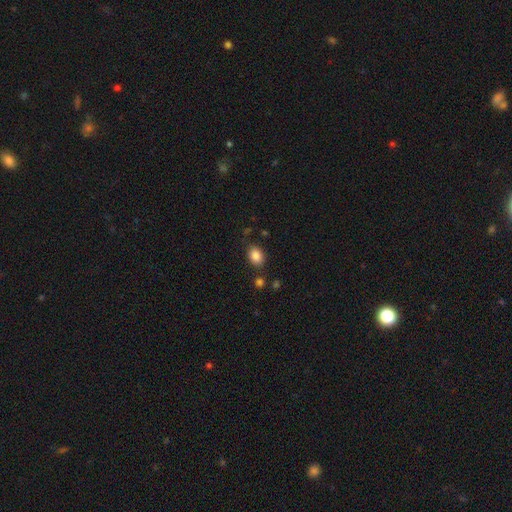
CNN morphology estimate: Smooth or featured? Predicted: smooth (p=0.86). How rounded? Predicted: in between (p=0.70). Merging? Predicted: none (p=0.80).